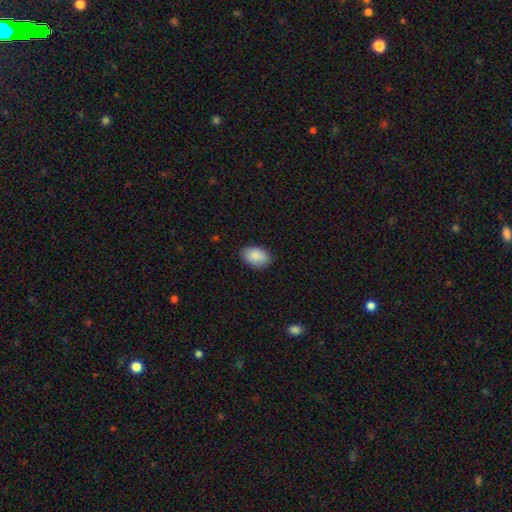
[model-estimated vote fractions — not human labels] smooth_or_featured: smooth (p=0.88) [alt: star or artifact p=0.06]
how_rounded: in between (p=0.88) [alt: round p=0.11]
merging: none (p=0.85) [alt: minor disturbance p=0.12]